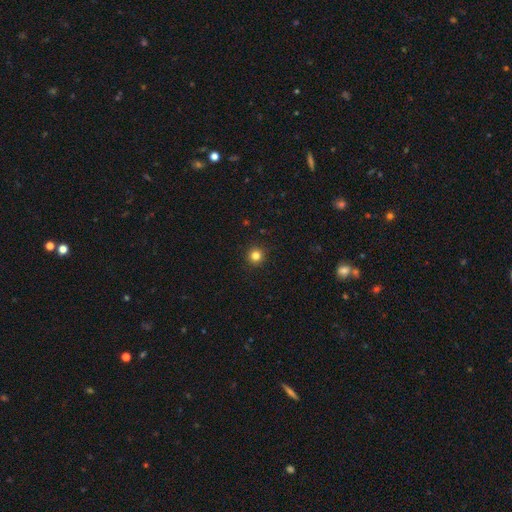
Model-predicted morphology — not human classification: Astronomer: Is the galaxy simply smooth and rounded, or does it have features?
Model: smooth — 82%.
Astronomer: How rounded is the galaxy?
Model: round — 95%.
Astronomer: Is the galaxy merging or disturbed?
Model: none — 93%.